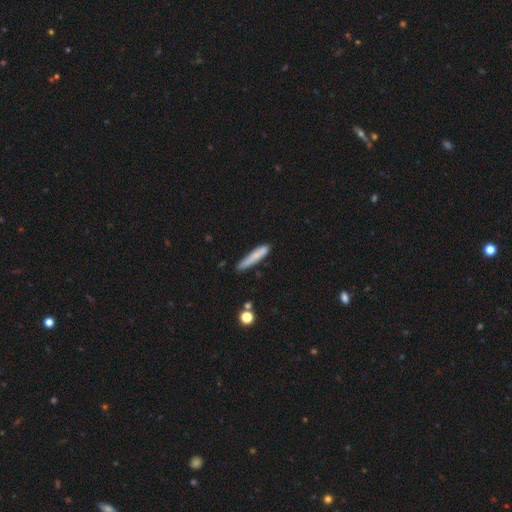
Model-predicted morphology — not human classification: Smooth or featured?
  - smooth: 77% *
  - featured or disk: 16%
  - star or artifact: 7%
How rounded?
  - cigar-shaped: 92% *
  - in between: 7%
  - round: 1%
Merging?
  - none: 73% *
  - minor disturbance: 19%
  - major disturbance: 4%
  - merger: 4%